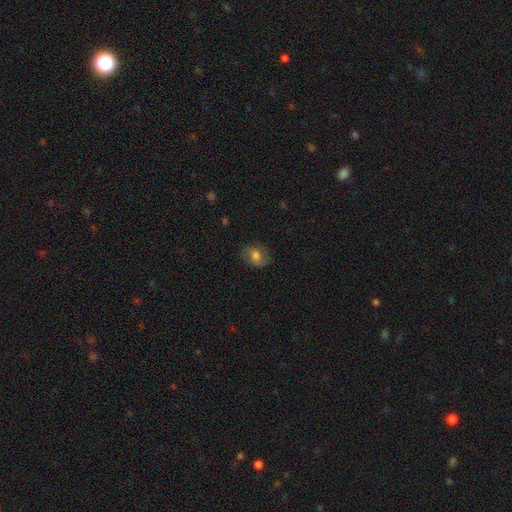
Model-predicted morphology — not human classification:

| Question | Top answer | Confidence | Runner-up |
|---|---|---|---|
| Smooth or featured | smooth | 66% | featured or disk (24%) |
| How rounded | in between | 64% | round (35%) |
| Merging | none | 76% | minor disturbance (17%) |